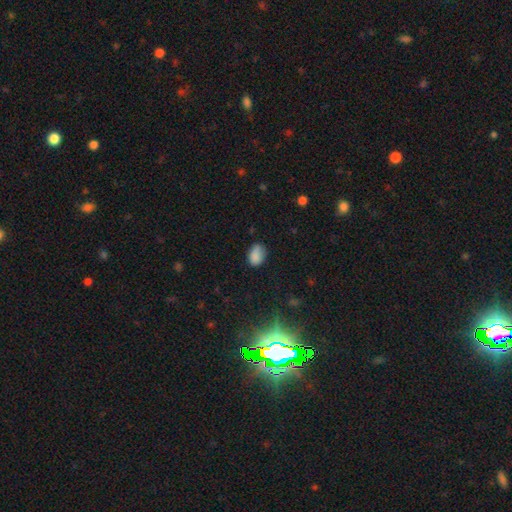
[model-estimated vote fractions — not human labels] smooth_or_featured: smooth (p=0.83) [alt: star or artifact p=0.10]
how_rounded: in between (p=0.81) [alt: round p=0.18]
merging: none (p=0.66) [alt: minor disturbance p=0.26]